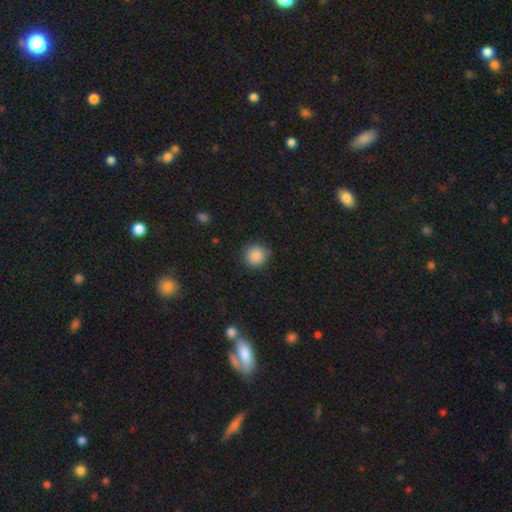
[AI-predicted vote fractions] Q: Smooth or featured?
A: smooth (87%); runner-up: star or artifact (9%)
Q: How rounded?
A: round (92%); runner-up: in between (7%)
Q: Merging?
A: none (83%); runner-up: minor disturbance (13%)